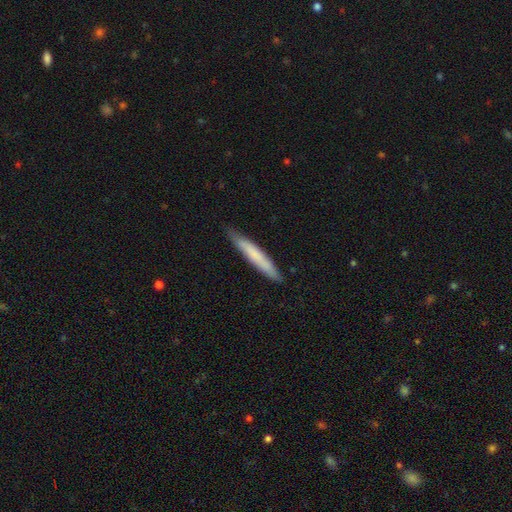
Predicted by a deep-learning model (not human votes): A smooth galaxy with no disk features (67%) that is cigar-shaped (95%).

Vote fractions:
- Smooth or featured? smooth: 67% / featured or disk: 26% / star or artifact: 6%
- How rounded? cigar-shaped: 95% / in between: 4% / round: 1%
- Merging? none: 87% / minor disturbance: 10% / major disturbance: 2% / merger: 1%